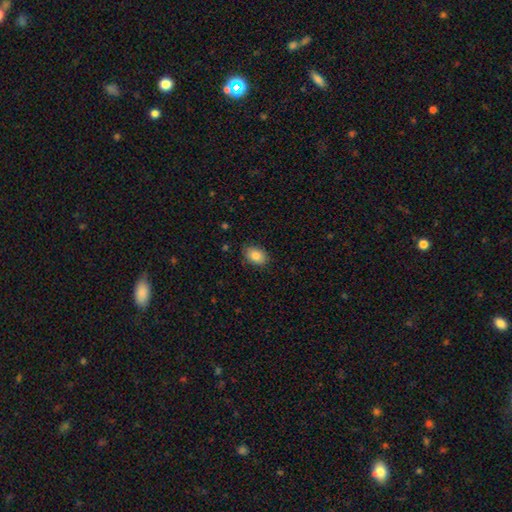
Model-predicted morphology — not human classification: The model was most divided on "how rounded": in between: 81%, round: 18%, cigar-shaped: 1%. More confident: smooth or featured — smooth (84%); merging — none (83%).